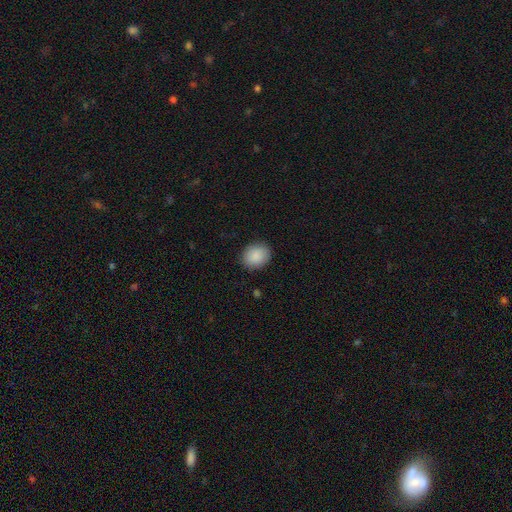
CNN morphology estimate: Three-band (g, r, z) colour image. It shows a smooth galaxy with no disk features (89%) that is round (57%). Merging: none (88%).